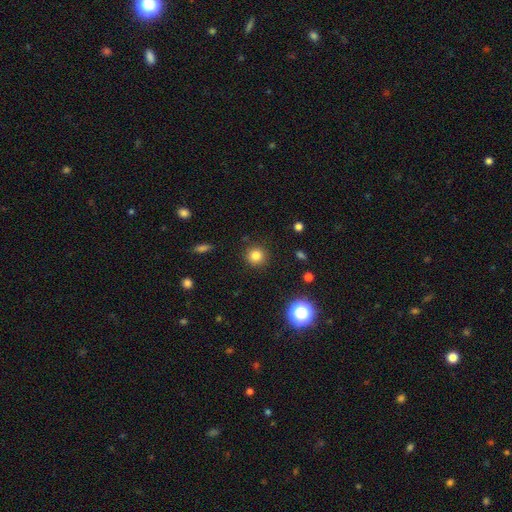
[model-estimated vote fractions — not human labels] This is clearly a smooth galaxy (82%). How rounded: clearly round (93%). Merging: clearly none (90%).